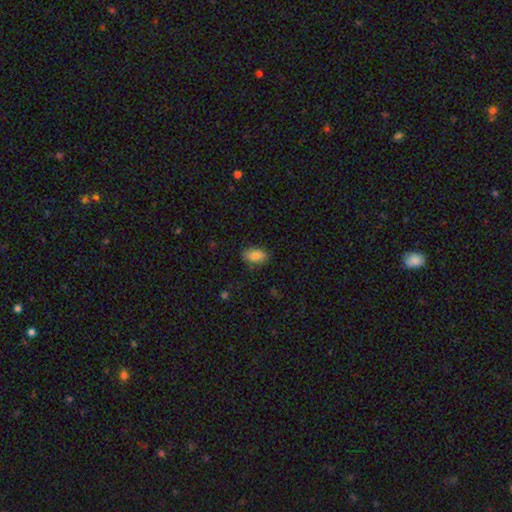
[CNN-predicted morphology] Smooth or featured? Predicted: smooth (p=0.84). How rounded? Predicted: in between (p=0.92). Merging? Predicted: none (p=0.82).